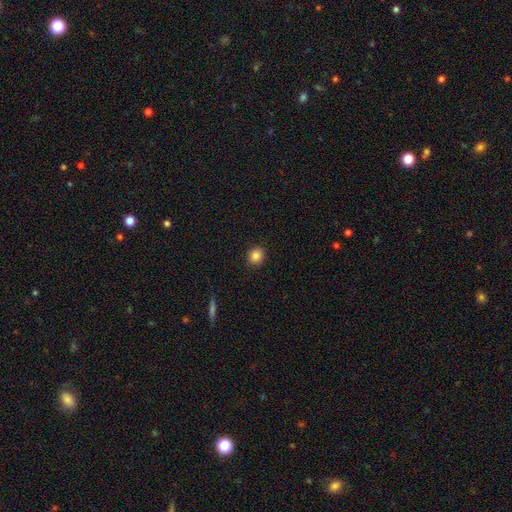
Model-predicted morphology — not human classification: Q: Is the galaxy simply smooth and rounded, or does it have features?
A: smooth — 85%.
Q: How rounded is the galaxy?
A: round — 91%.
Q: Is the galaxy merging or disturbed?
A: none — 92%.